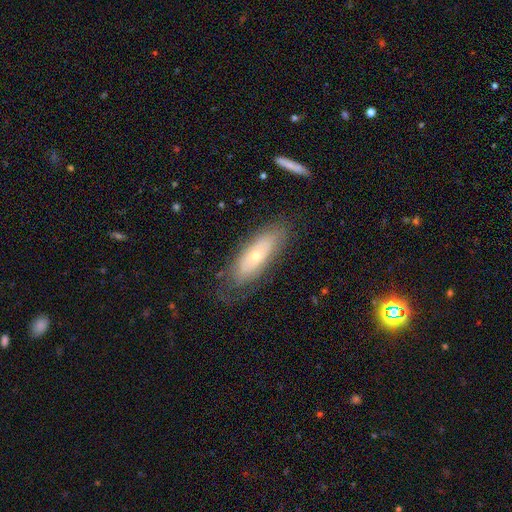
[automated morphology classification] A featured or disk galaxy (50%).

Vote fractions:
- Smooth or featured? featured or disk: 50% / smooth: 43% / star or artifact: 8%
- Merging? none: 69% / minor disturbance: 20% / major disturbance: 9% / merger: 2%